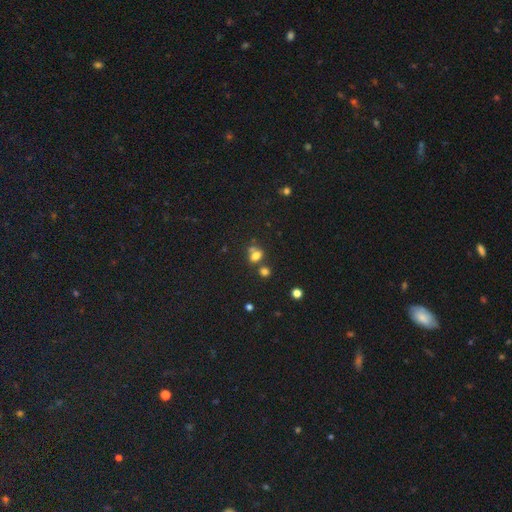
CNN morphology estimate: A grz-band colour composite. It shows a smooth galaxy with no disk features (70%) that is in between round and cigar-shaped (51%). Merging: none (45%).